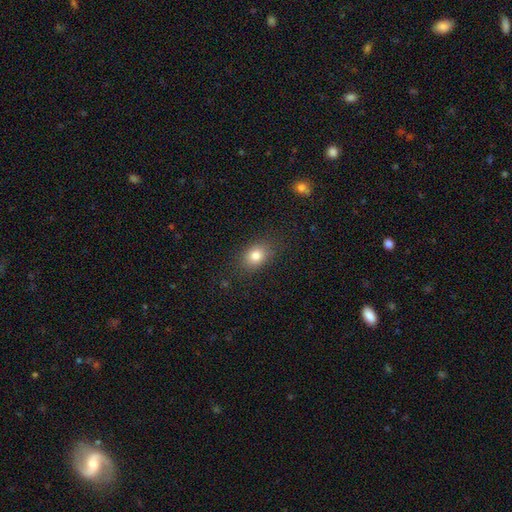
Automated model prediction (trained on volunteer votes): Smooth or featured? smooth (81%)
How rounded? in between (67%)
Merging? none (83%)